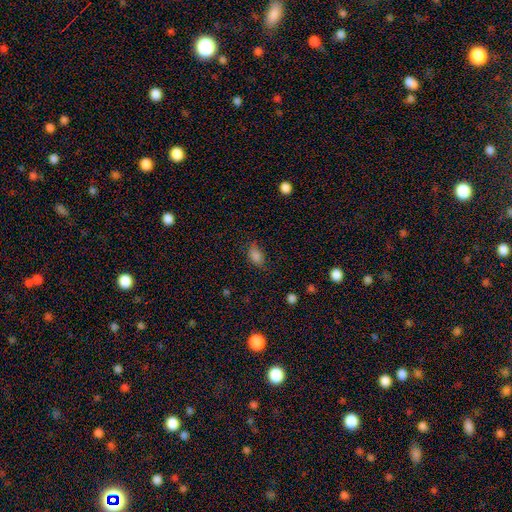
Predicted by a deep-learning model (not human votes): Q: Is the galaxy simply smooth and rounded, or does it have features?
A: smooth — 83%.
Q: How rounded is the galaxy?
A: in between — 86%.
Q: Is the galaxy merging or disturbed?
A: none — 72%.